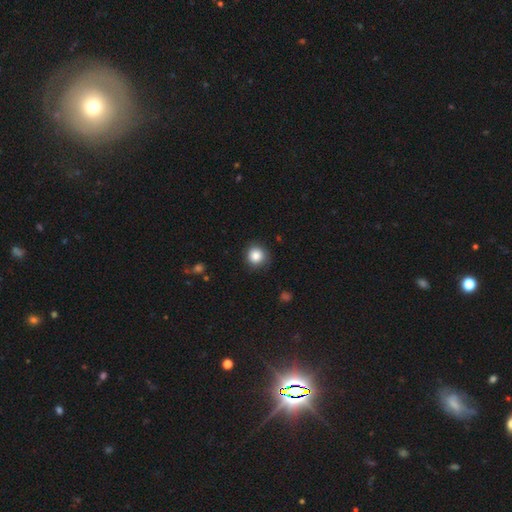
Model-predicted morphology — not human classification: This is clearly a smooth galaxy (84%). How rounded: clearly round (92%). Merging: clearly none (81%).